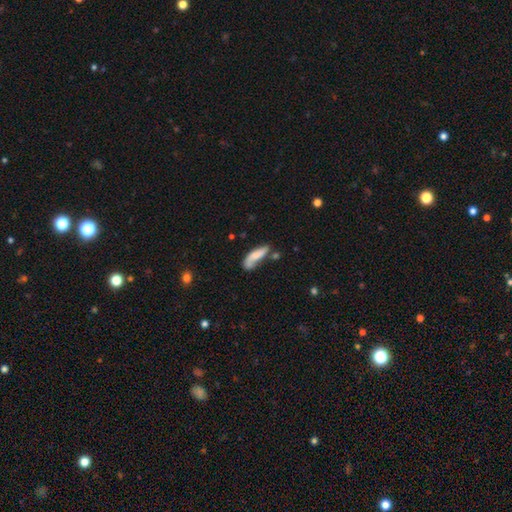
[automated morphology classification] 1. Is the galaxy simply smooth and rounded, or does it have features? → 67% smooth, 26% featured or disk, 7% star or artifact.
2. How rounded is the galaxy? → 50% in between, 48% cigar-shaped, 2% round.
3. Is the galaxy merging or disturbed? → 43% none, 27% minor disturbance, 17% merger, 13% major disturbance.